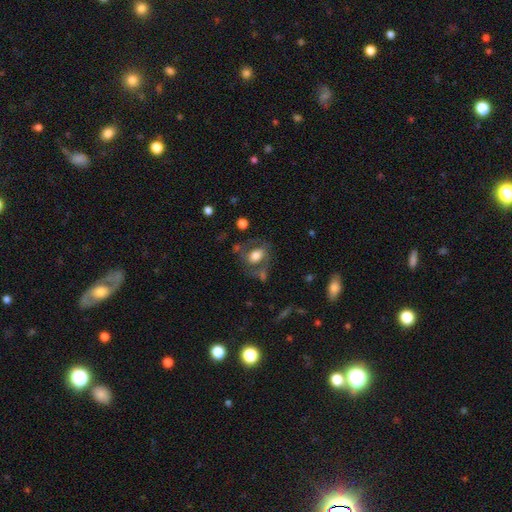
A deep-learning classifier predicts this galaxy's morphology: Smooth or featured? Predicted: smooth (p=0.54). How rounded? Predicted: in between (p=0.72). Merging? Predicted: none (p=0.53).